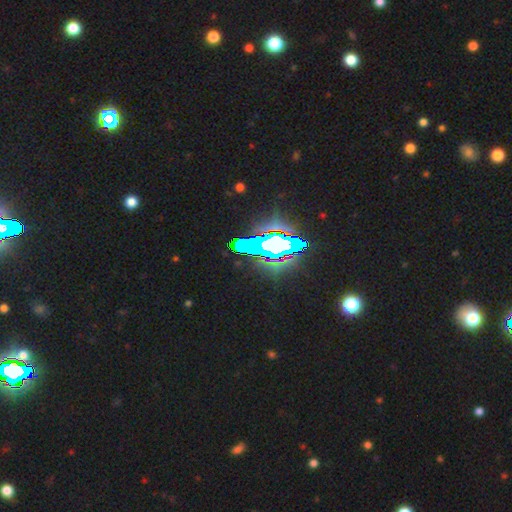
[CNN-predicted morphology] Q: Smooth or featured?
A: star or artifact (77%); runner-up: featured or disk (12%)